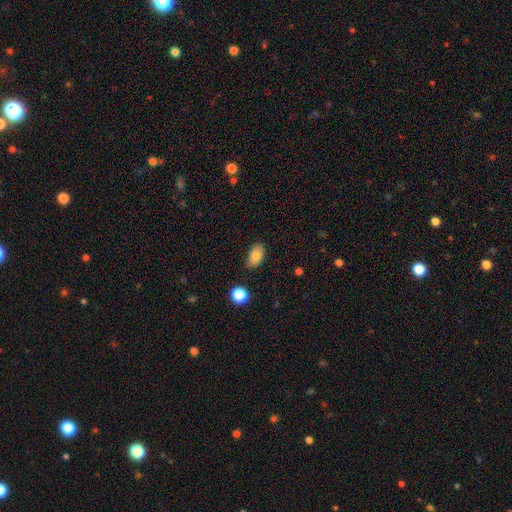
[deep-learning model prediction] smooth-or-featured: smooth: 83% | featured or disk: 9% | star or artifact: 9%
  how-rounded: in between: 90% | round: 9% | cigar-shaped: 2%
  merging: none: 79% | minor disturbance: 16% | major disturbance: 3% | merger: 2%